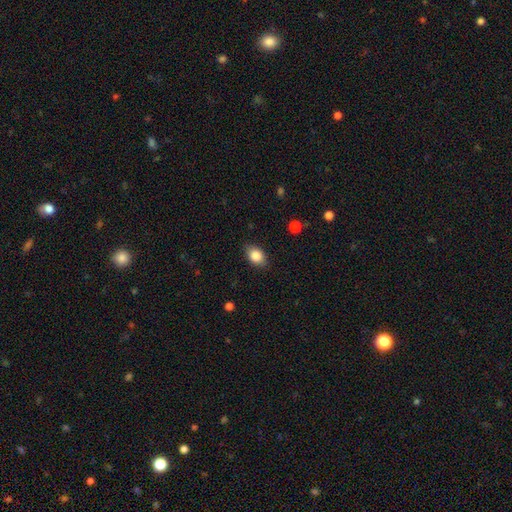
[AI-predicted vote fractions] Overall: smooth (87%). How rounded: in between (77%). Merging: none (85%).